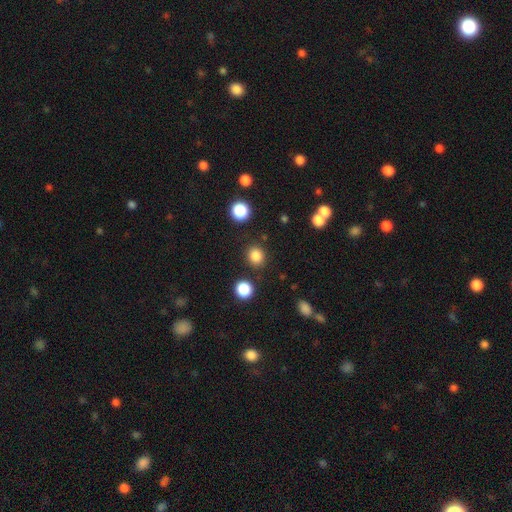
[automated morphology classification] smooth-or-featured: smooth: 84% | star or artifact: 12% | featured or disk: 4%
  how-rounded: round: 82% | in between: 17% | cigar-shaped: 1%
  merging: none: 87% | minor disturbance: 7% | merger: 3% | major disturbance: 3%